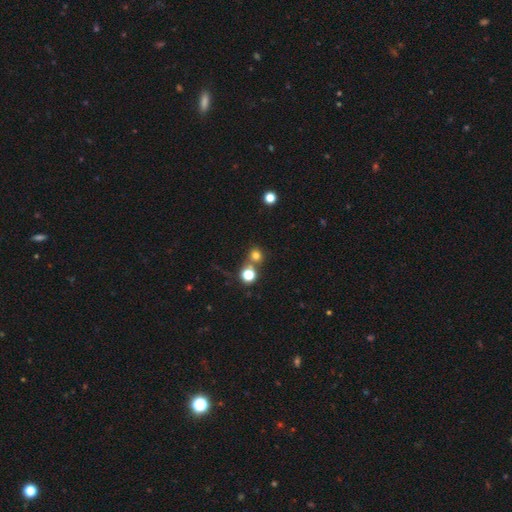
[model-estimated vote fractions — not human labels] Overall: smooth (74%). How rounded: round (87%). Merging: none (62%; merger 26%).